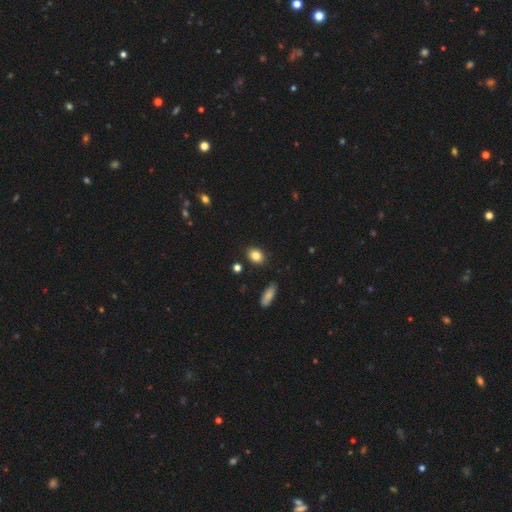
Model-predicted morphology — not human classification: Smooth or featured? smooth (84%)
How rounded? in between (64%)
Merging? none (85%)